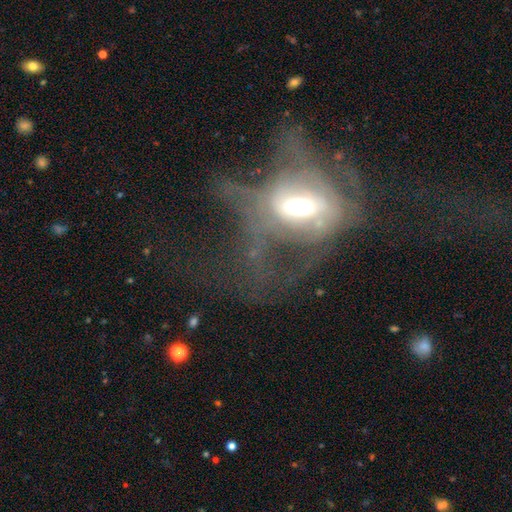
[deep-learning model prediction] A featured or disk galaxy (60%) with no bar (61%), no spiral arms (75%) and a moderate central bulge (62%). Merging: major disturbance (66%).